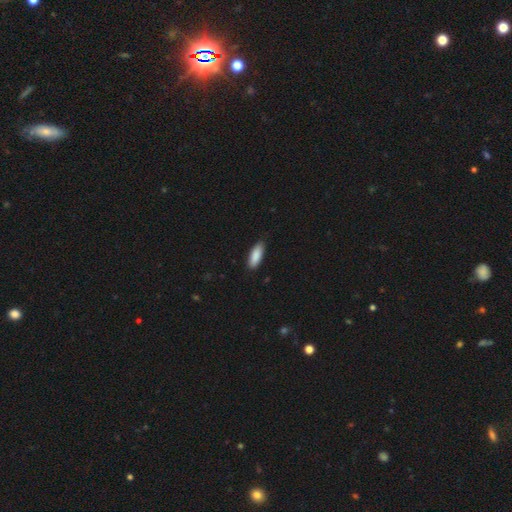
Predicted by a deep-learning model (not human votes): The model was most divided on "how rounded": in between: 68%, cigar-shaped: 30%, round: 2%. More confident: smooth or featured — smooth (89%); merging — none (85%).